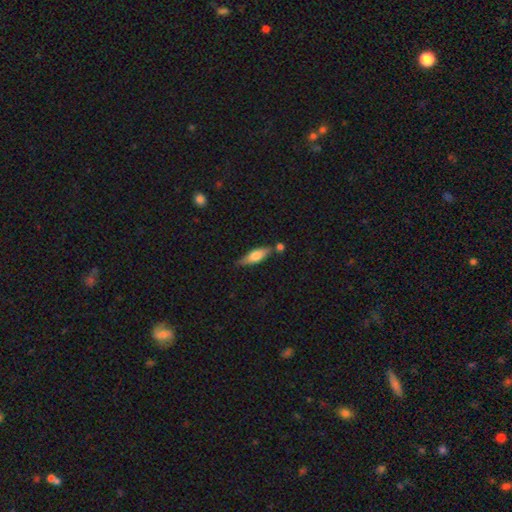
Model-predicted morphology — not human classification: Overall: smooth (58%; featured or disk 36%). How rounded: in between (50%; cigar-shaped 48%). Merging: none (69%).